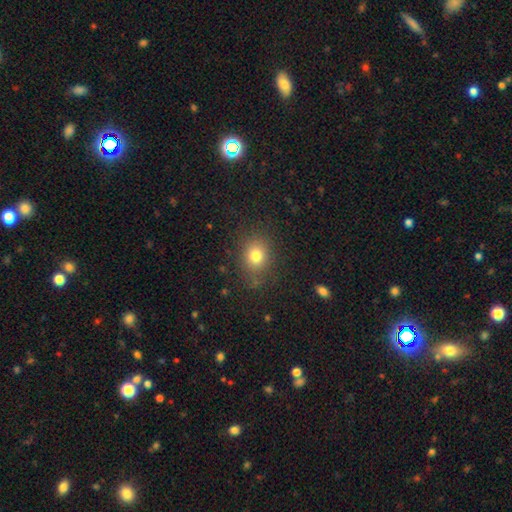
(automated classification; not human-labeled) smooth-or-featured: smooth: 78% | star or artifact: 13% | featured or disk: 9%
  how-rounded: round: 61% | in between: 38% | cigar-shaped: 1%
  merging: none: 81% | minor disturbance: 13% | major disturbance: 5% | merger: 2%